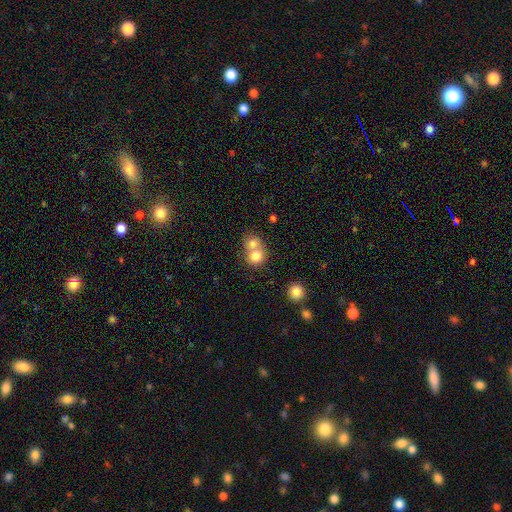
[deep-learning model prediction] Q: Smooth or featured?
A: smooth (77%); runner-up: featured or disk (13%)
Q: How rounded?
A: round (79%); runner-up: in between (20%)
Q: Merging?
A: merger (63%); runner-up: none (30%)